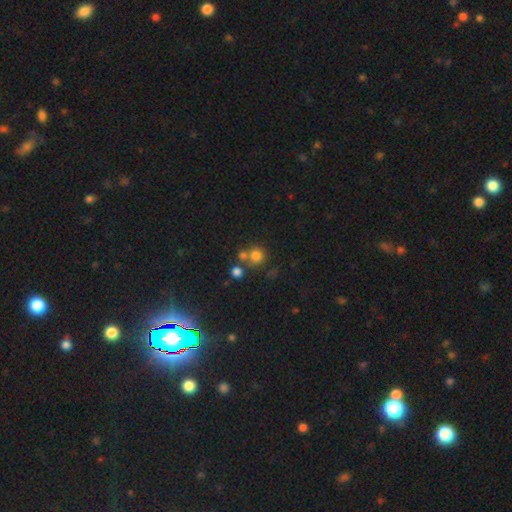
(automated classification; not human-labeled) smooth_or_featured: smooth (p=0.74) [alt: star or artifact p=0.16]
how_rounded: round (p=0.89) [alt: in between p=0.10]
merging: none (p=0.59) [alt: merger p=0.28]